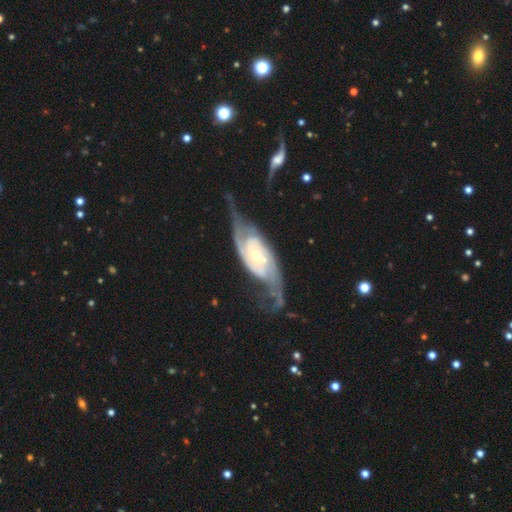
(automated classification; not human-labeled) Smooth or featured?
  - featured or disk: 90% *
  - smooth: 6%
  - star or artifact: 4%
Edge-on disk?
  - no: 94% *
  - yes: 6%
Bar?
  - no: 63% *
  - weak: 27%
  - strong: 11%
Spiral arms?
  - yes: 97% *
  - no: 3%
Spiral winding?
  - medium: 41% *
  - tight: 35%
  - loose: 23%
Spiral arm count?
  - 2: 85% *
  - can't tell: 6%
  - 3: 3%
  - 1: 2%
  - 4: 2%
  - more than 4: 2%
Bulge size?
  - small: 55% *
  - moderate: 40%
  - large: 3%
  - none: 1%
  - dominant: 1%
Merging?
  - none: 55% *
  - minor disturbance: 21%
  - major disturbance: 19%
  - merger: 5%